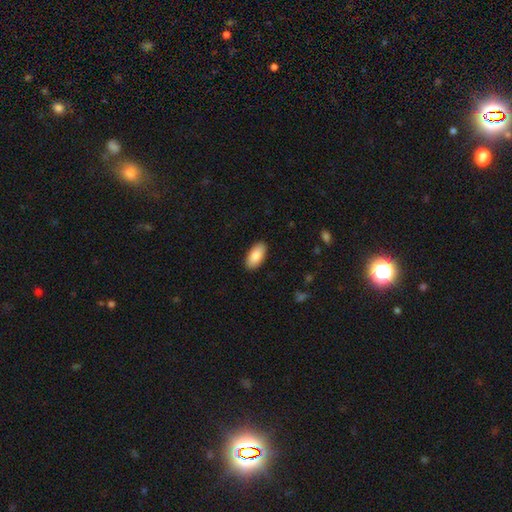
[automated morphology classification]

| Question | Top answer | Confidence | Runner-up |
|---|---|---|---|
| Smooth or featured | smooth | 87% | featured or disk (7%) |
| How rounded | in between | 93% | cigar-shaped (5%) |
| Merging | none | 90% | minor disturbance (7%) |